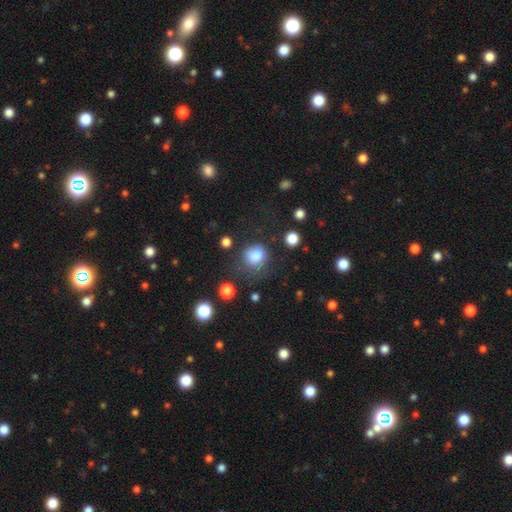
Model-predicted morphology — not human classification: A smooth galaxy with no disk features (79%) that is round (64%). Merging: none (52%).